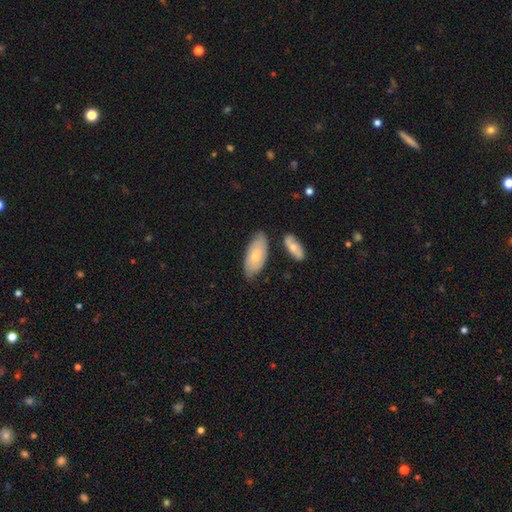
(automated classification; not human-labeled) This appears to be a smooth galaxy with no disk features (65%) that is in between round and cigar-shaped (89%). Merging: none (70%).